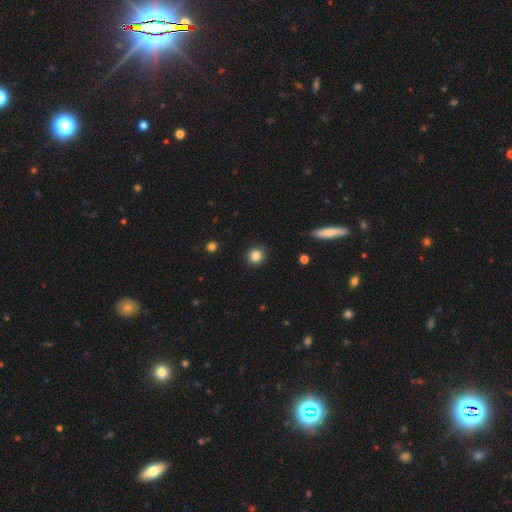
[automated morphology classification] A smooth galaxy with no disk features (85%) that is round (89%). Merging: none (90%).